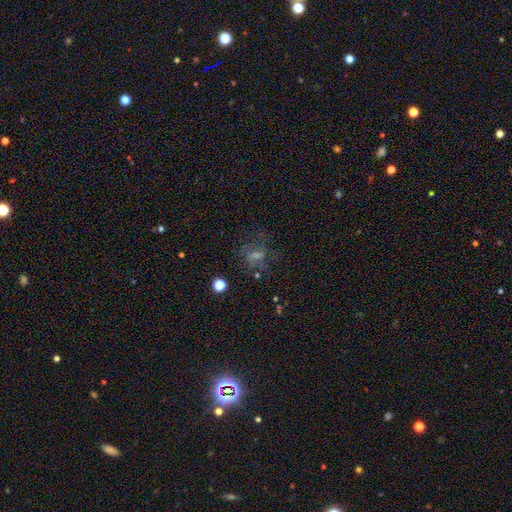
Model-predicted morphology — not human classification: type=smooth (44%); merging=none (50%).